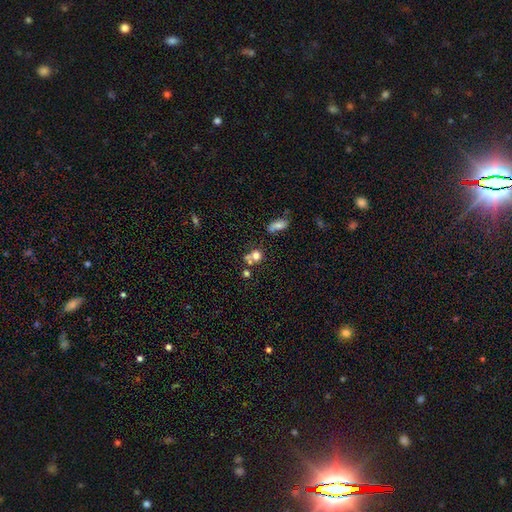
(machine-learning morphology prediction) Q: Smooth or featured?
A: smooth (69%); runner-up: star or artifact (16%)
Q: How rounded?
A: round (76%); runner-up: in between (22%)
Q: Merging?
A: merger (43%); runner-up: none (40%)